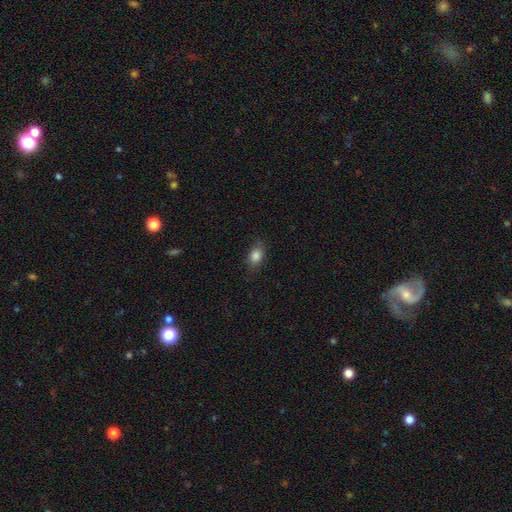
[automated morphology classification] A smooth galaxy with no disk features (85%) that is in between round and cigar-shaped (77%).

Vote fractions:
- Smooth or featured? smooth: 85% / star or artifact: 9% / featured or disk: 5%
- How rounded? in between: 77% / round: 20% / cigar-shaped: 2%
- Merging? none: 82% / minor disturbance: 14% / major disturbance: 4% / merger: 1%